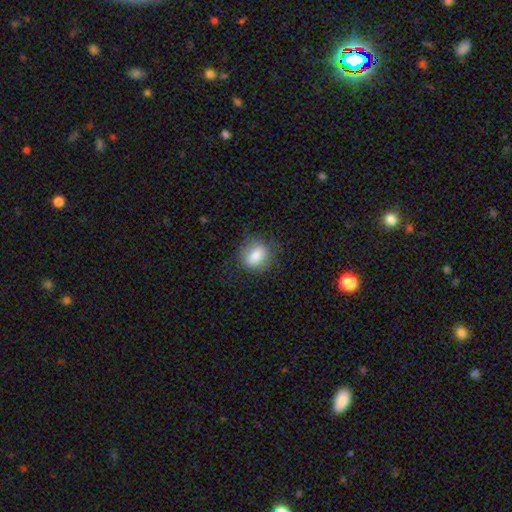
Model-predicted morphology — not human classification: Q: Smooth or featured?
A: smooth (81%); runner-up: featured or disk (11%)
Q: How rounded?
A: in between (52%); runner-up: round (46%)
Q: Merging?
A: none (74%); runner-up: minor disturbance (17%)